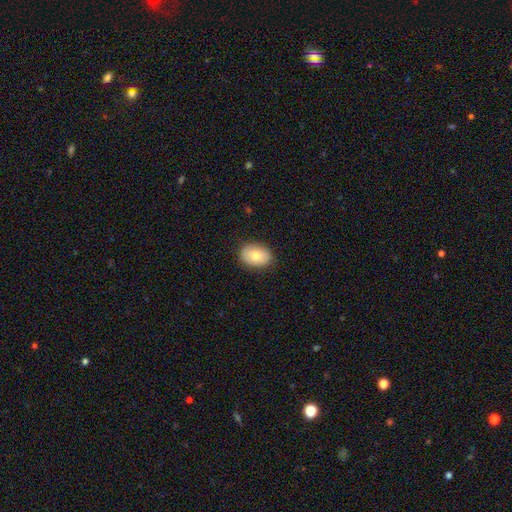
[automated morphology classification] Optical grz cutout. It shows a smooth galaxy with no disk features (76%) that is in between round and cigar-shaped (77%). Merging: none (86%).